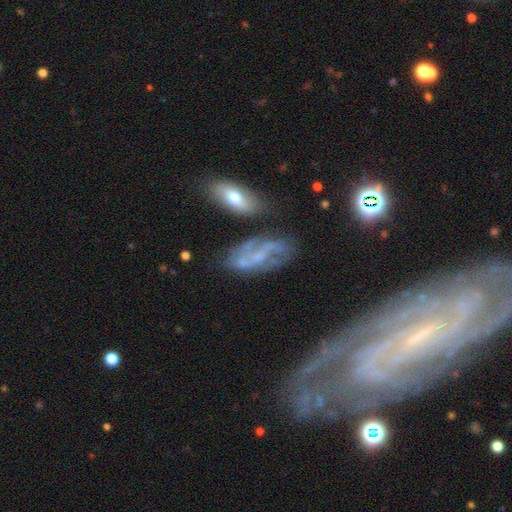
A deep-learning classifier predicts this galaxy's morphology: Smooth or featured? Predicted: featured or disk (p=0.69). Edge-on disk? Predicted: no (p=0.92). Bar? Predicted: weak (p=0.45). Spiral arms? Predicted: yes (p=0.81). Spiral winding? Predicted: medium (p=0.41). Spiral arm count? Predicted: 2 (p=0.69). Bulge size? Predicted: small (p=0.49). Merging? Predicted: none (p=0.56).